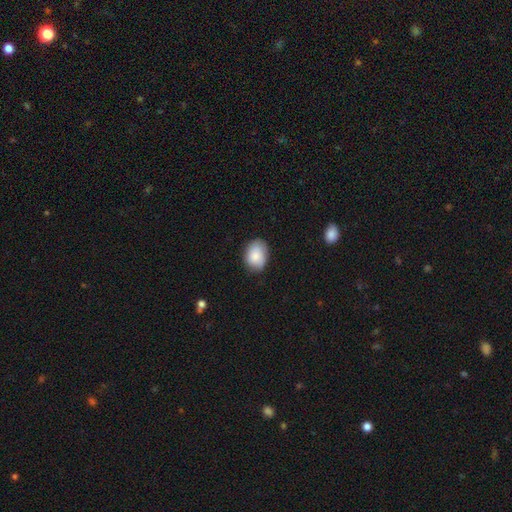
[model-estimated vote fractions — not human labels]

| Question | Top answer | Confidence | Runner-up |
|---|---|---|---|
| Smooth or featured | smooth | 85% | featured or disk (9%) |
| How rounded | in between | 73% | round (26%) |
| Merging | none | 77% | minor disturbance (19%) |